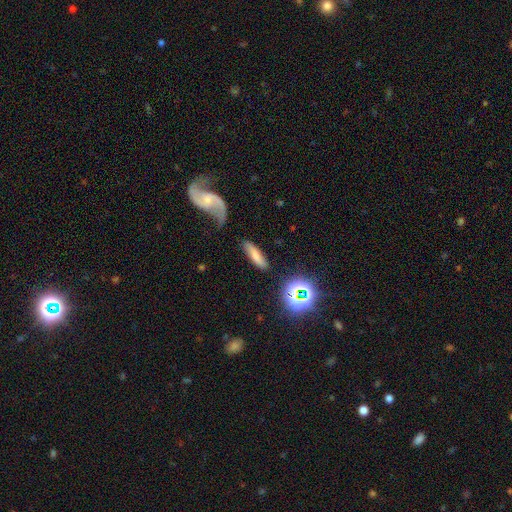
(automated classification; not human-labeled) This is likely a smooth galaxy (69%). How rounded: possibly cigar-shaped (60%). Merging: likely none (75%).